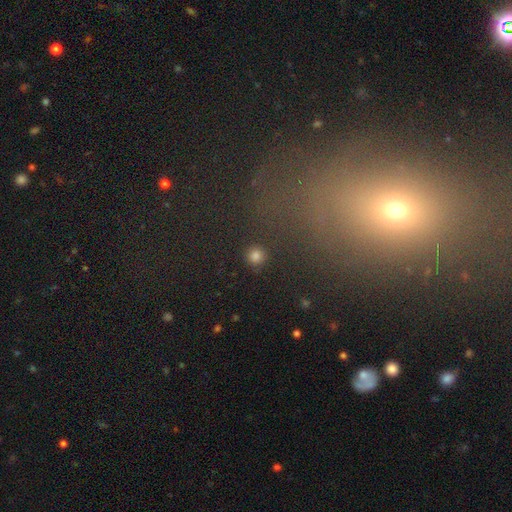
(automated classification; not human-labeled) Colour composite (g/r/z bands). It shows a smooth galaxy with no disk features (80%) that is round (95%). Merging: none (91%).